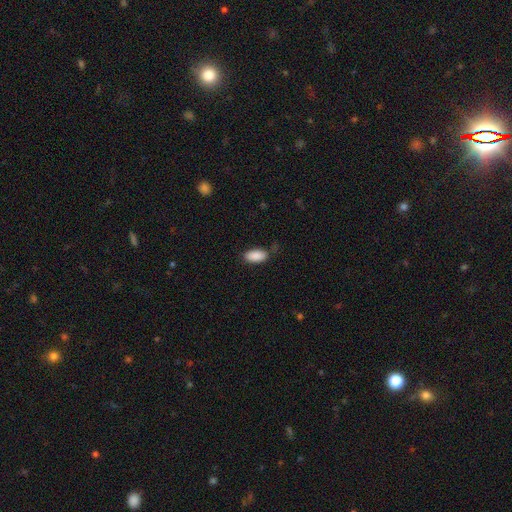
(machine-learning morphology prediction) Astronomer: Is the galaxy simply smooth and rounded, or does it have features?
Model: smooth — 90%.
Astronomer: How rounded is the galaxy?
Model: in between — 93%.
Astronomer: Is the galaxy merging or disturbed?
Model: none — 77%.